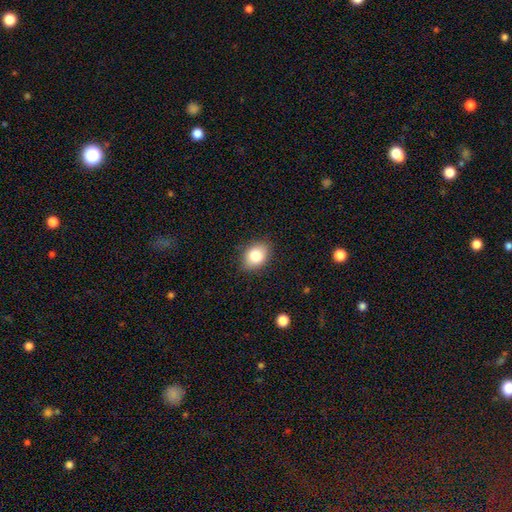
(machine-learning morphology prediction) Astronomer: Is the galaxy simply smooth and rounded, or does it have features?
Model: smooth — 83%.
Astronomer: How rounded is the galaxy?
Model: in between — 63%.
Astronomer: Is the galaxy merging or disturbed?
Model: none — 85%.